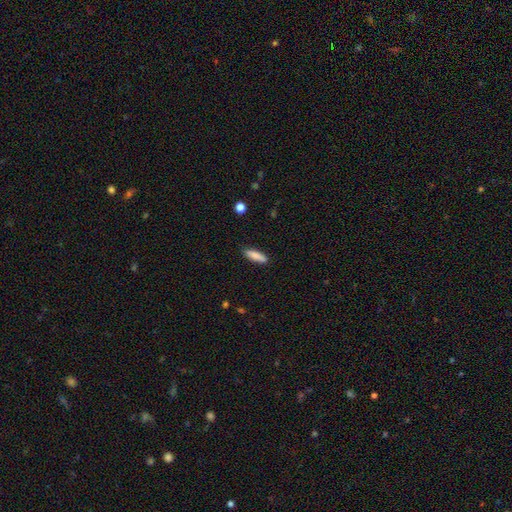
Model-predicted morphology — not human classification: This is clearly a smooth galaxy (85%). How rounded: likely cigar-shaped (64%). Merging: clearly none (88%).